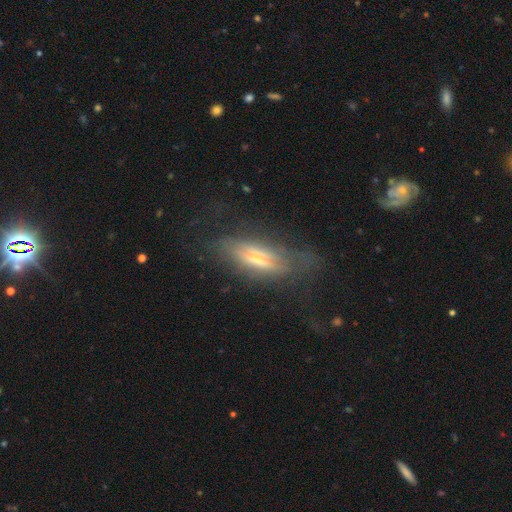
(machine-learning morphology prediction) The model was most divided on "edge-on disk": yes: 55%, no: 45%. More confident: smooth or featured — featured or disk (56%); merging — none (56%).